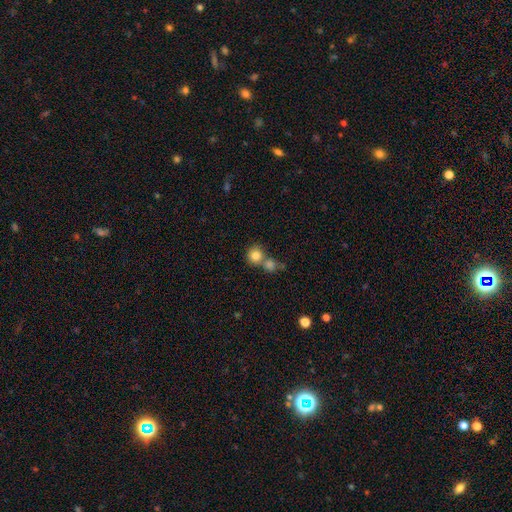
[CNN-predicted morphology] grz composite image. It shows a smooth galaxy with no disk features (82%) that is round (87%). Merging: none (50%).